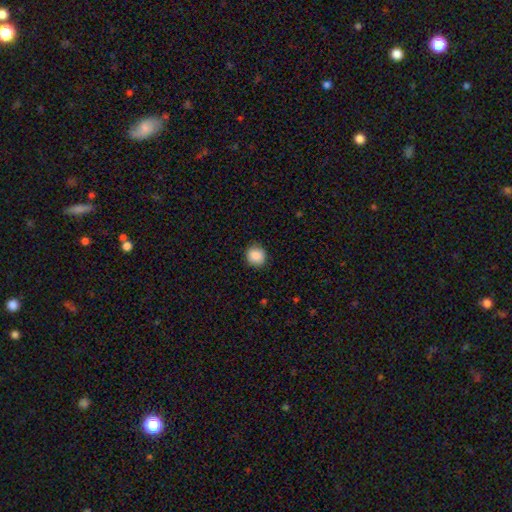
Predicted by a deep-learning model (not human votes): This is clearly a smooth galaxy (87%). How rounded: clearly round (87%). Merging: clearly none (89%).